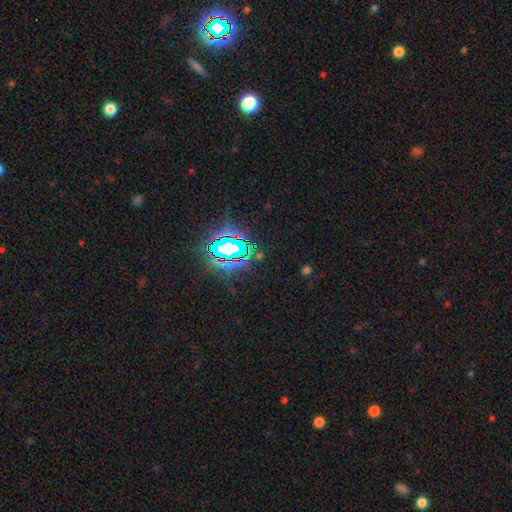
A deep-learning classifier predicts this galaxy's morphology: A star or artifact, not a galaxy (77%).

Vote fractions:
- Smooth or featured? star or artifact: 77% / smooth: 14% / featured or disk: 9%